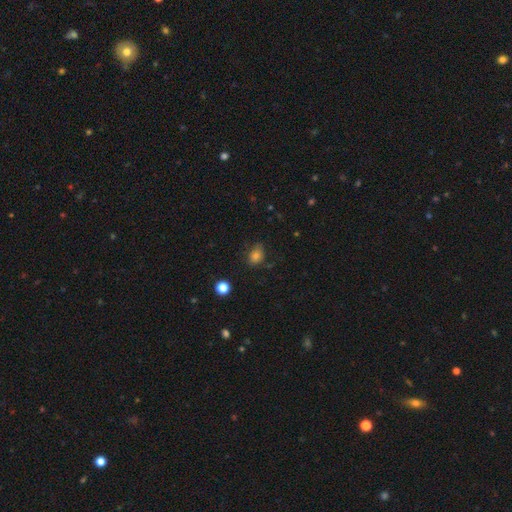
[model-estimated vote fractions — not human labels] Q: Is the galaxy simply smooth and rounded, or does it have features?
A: smooth — 78%.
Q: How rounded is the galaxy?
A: in between — 63%.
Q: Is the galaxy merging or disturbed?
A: none — 66%.